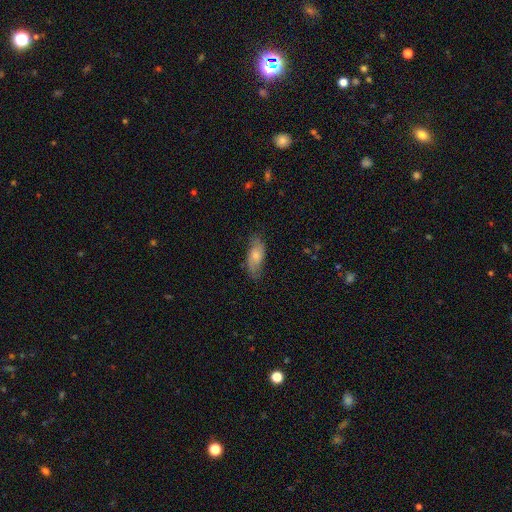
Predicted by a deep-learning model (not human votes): This appears to be a smooth galaxy with no disk features (55%) that is in between round and cigar-shaped (83%). Merging: none (72%).